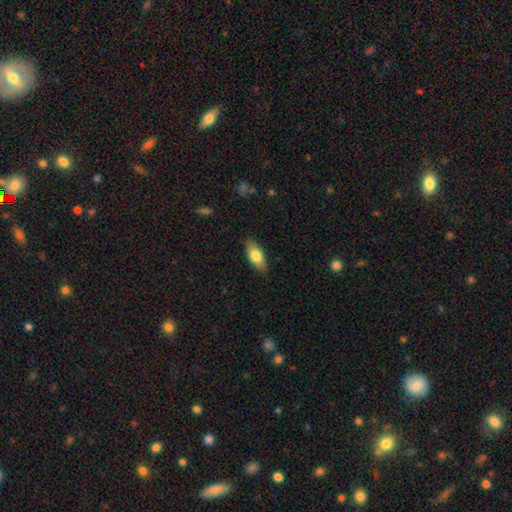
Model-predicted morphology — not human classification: Q: Smooth or featured?
A: smooth (77%); runner-up: featured or disk (16%)
Q: How rounded?
A: in between (87%); runner-up: cigar-shaped (10%)
Q: Merging?
A: none (84%); runner-up: minor disturbance (13%)